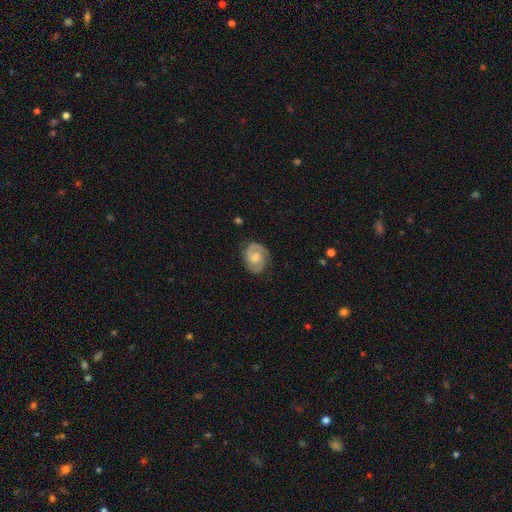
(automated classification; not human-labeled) Smooth or featured? Predicted: featured or disk (p=0.86). Edge-on disk? Predicted: no (p=0.98). Bar? Predicted: no (p=0.54). Spiral arms? Predicted: yes (p=0.98). Spiral winding? Predicted: tight (p=0.47). Spiral arm count? Predicted: 2 (p=0.92). Bulge size? Predicted: moderate (p=0.41). Merging? Predicted: none (p=0.82).